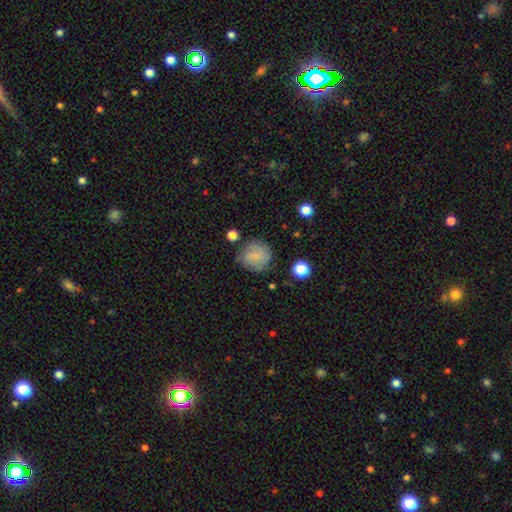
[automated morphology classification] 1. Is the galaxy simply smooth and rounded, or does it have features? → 55% smooth, 35% featured or disk, 10% star or artifact.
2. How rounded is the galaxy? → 85% round, 14% in between, 1% cigar-shaped.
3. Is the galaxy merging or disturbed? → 71% none, 19% minor disturbance, 7% major disturbance, 3% merger.